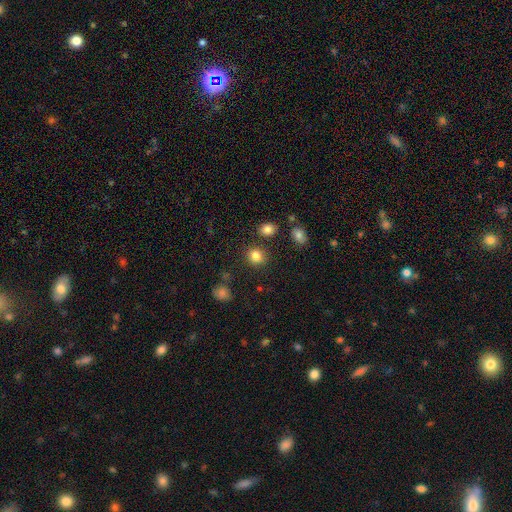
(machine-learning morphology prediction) type=smooth (83%); roundness=round (81%); merging=none (85%).